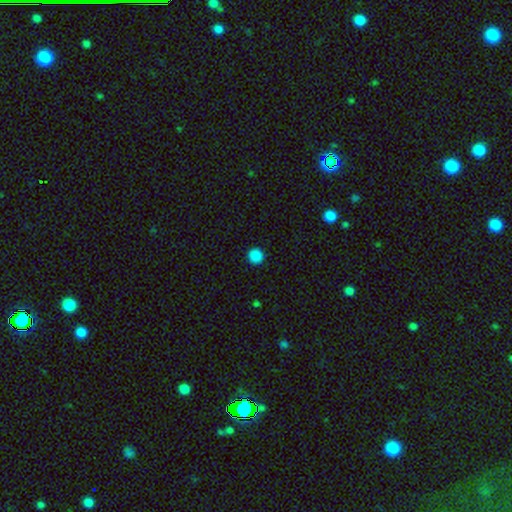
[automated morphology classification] Smooth or featured: smooth — 88% (star or artifact — 10%)
How rounded: round — 96% (in between — 3%)
Merging: none — 93% (minor disturbance — 4%)